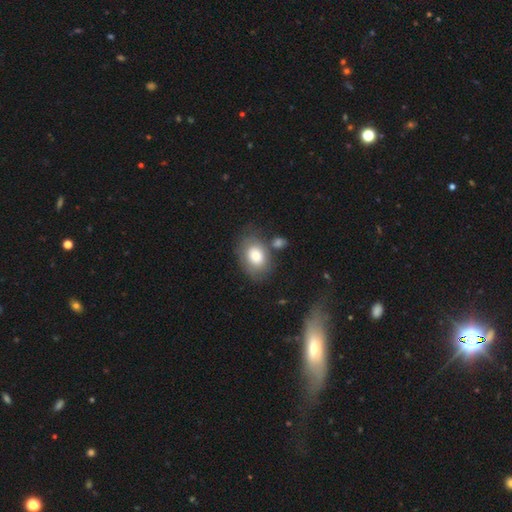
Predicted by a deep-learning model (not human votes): smooth-or-featured: smooth: 75% | featured or disk: 18% | star or artifact: 7%
  how-rounded: in between: 71% | round: 28% | cigar-shaped: 1%
  merging: none: 61% | minor disturbance: 18% | merger: 13% | major disturbance: 8%